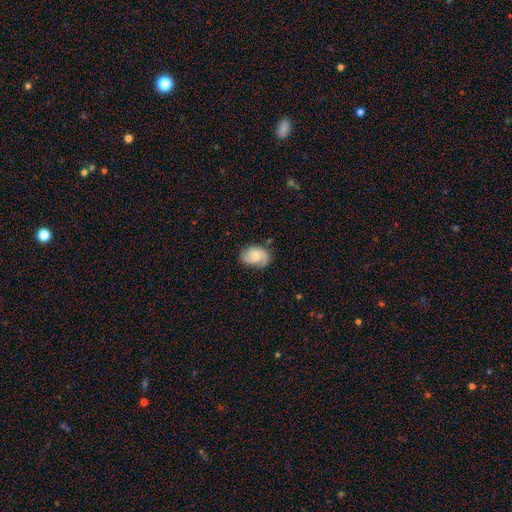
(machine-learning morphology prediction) This is possibly a smooth galaxy (48%). Merging: likely none (62%).